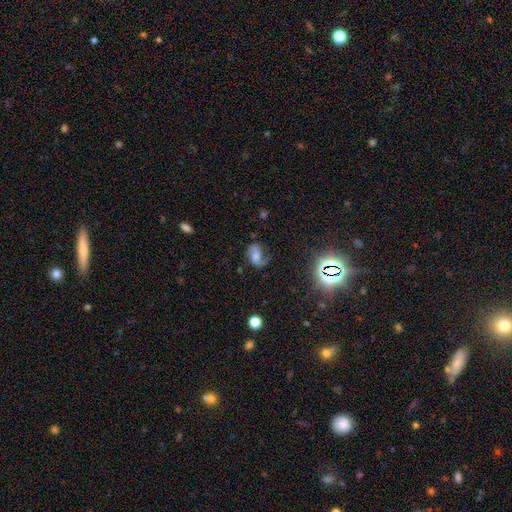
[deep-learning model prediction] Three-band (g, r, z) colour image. It shows a featured or disk galaxy (61%) with no bar (44%), 2 (65%) loose (47%) spiral arms (90%) and a moderate central bulge (41%). Merging: none (54%).